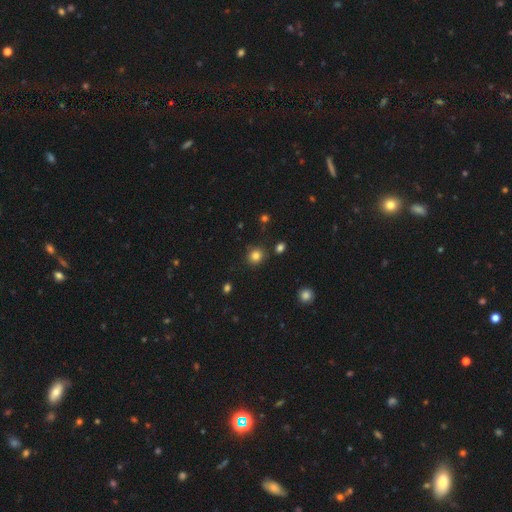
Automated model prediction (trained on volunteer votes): Morphology: type=smooth (82%); roundness=round (89%); merging=none (85%).